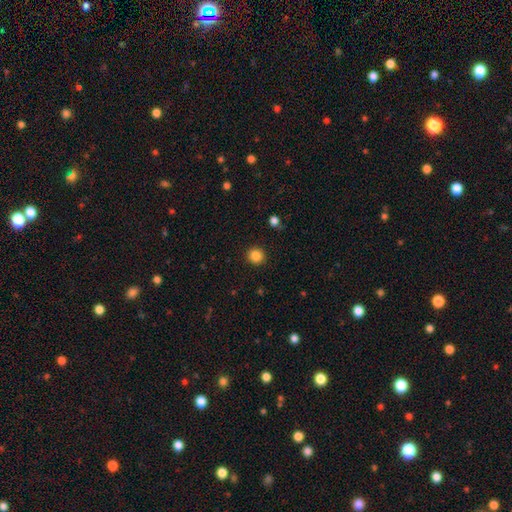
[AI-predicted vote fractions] The model was most divided on "smooth or featured": smooth: 85%, star or artifact: 11%, featured or disk: 3%. More confident: how rounded — round (92%); merging — none (91%).